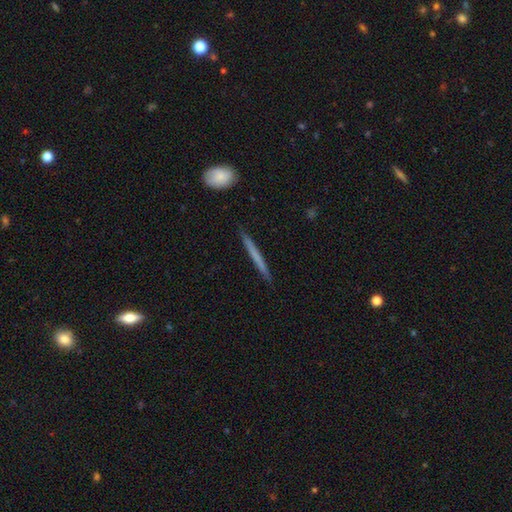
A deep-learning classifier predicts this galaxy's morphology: The model was most divided on "smooth or featured": smooth: 55%, featured or disk: 39%, star or artifact: 6%. More confident: how rounded — cigar-shaped (96%); merging — none (90%).